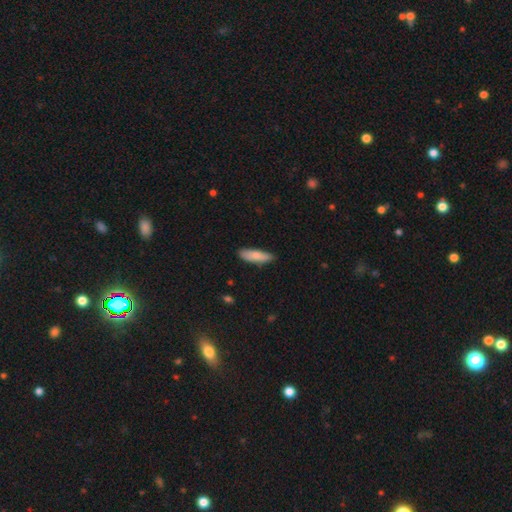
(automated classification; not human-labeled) The model was most divided on "how rounded": cigar-shaped: 55%, in between: 44%, round: 2%. More confident: merging — none (82%); smooth or featured — smooth (80%).